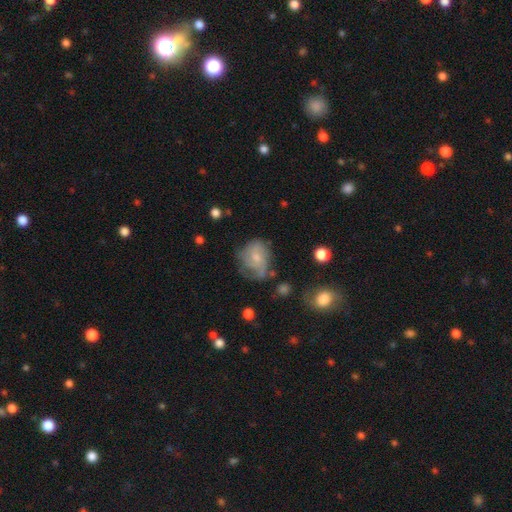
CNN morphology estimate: A featured or disk galaxy (50%). Merging: none (43%).